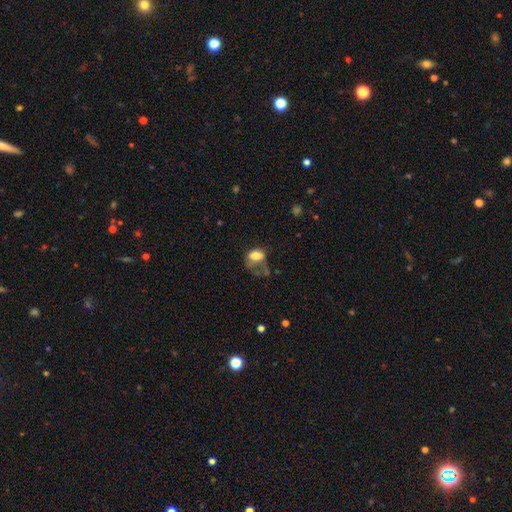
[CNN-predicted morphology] Smooth or featured? Predicted: smooth (p=0.70). How rounded? Predicted: in between (p=0.74). Merging? Predicted: major disturbance (p=0.46).